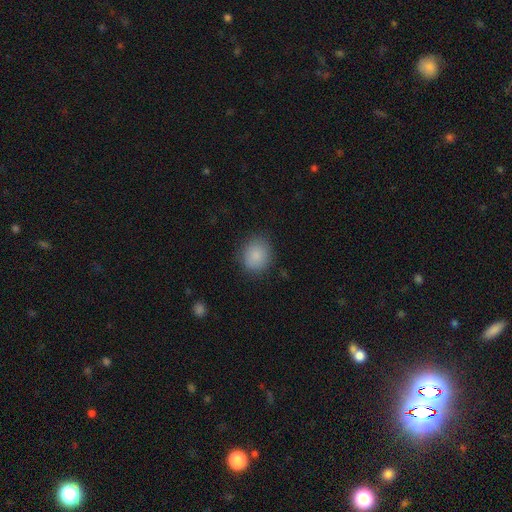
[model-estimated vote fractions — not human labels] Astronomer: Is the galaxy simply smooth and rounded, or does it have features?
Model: smooth — 87%.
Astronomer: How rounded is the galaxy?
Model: round — 68%.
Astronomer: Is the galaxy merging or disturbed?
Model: none — 83%.